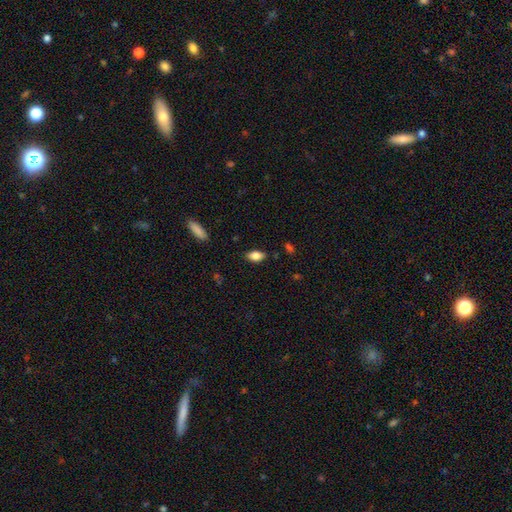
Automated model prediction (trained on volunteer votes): Smooth or featured?
  - smooth: 81% *
  - featured or disk: 11%
  - star or artifact: 8%
How rounded?
  - in between: 89% *
  - cigar-shaped: 7%
  - round: 4%
Merging?
  - none: 85% *
  - minor disturbance: 11%
  - major disturbance: 2%
  - merger: 1%